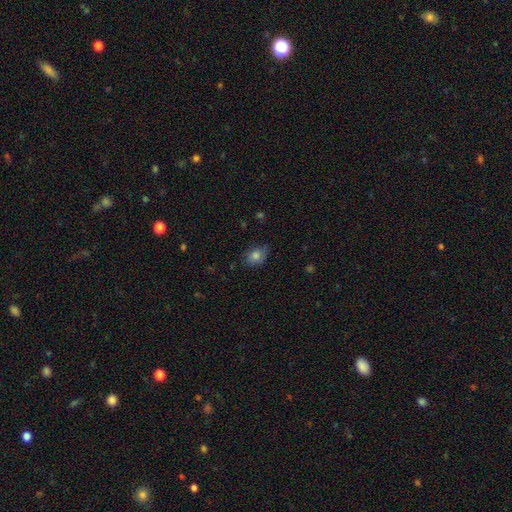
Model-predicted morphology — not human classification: The model was most divided on "how rounded": in between: 65%, round: 34%, cigar-shaped: 1%. More confident: smooth or featured — smooth (81%); merging — none (72%).